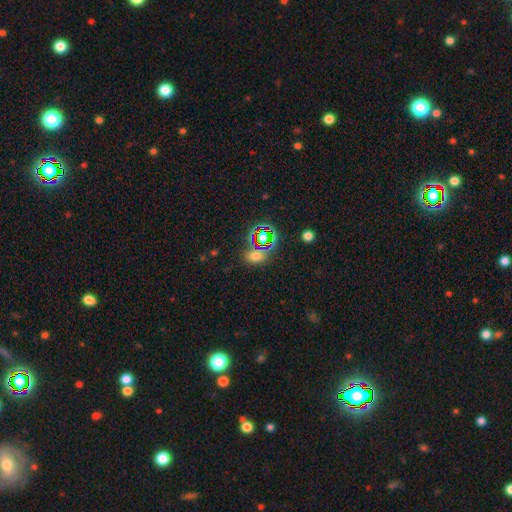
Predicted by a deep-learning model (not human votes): smooth 55%, star or artifact 35%, featured or disk 9%. Down the decision tree: how rounded — in between (61%); merging — none (67%).